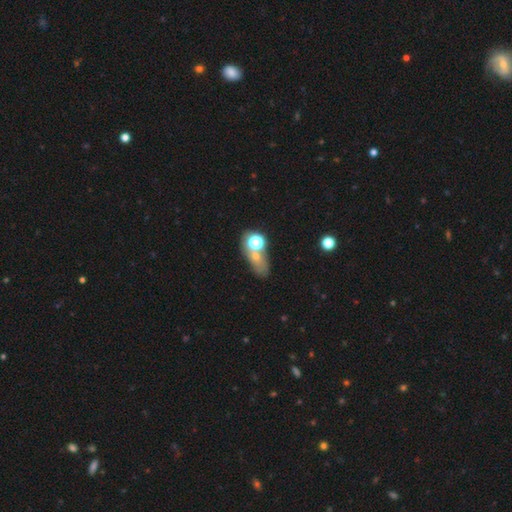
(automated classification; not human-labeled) smooth_or_featured: smooth (p=0.54) [alt: star or artifact p=0.26]
how_rounded: in between (p=0.59) [alt: round p=0.34]
merging: none (p=0.43) [alt: merger p=0.31]